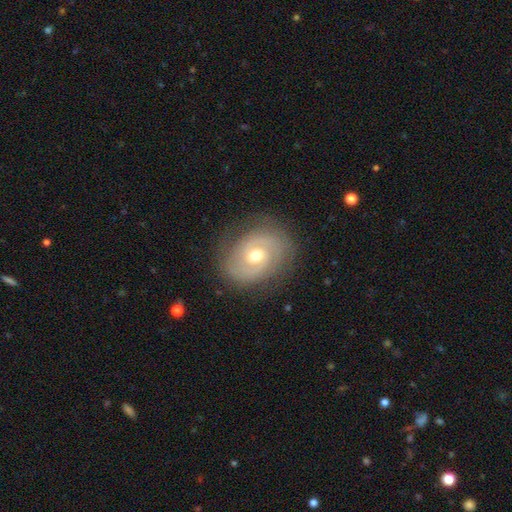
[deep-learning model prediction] Smooth or featured? featured or disk (80%)
Edge-on disk? no (97%)
Bar? no (64%)
Spiral arms? yes (88%)
Spiral winding? tight (61%)
Spiral arm count? 2 (66%)
Bulge size? moderate (69%)
Merging? none (80%)